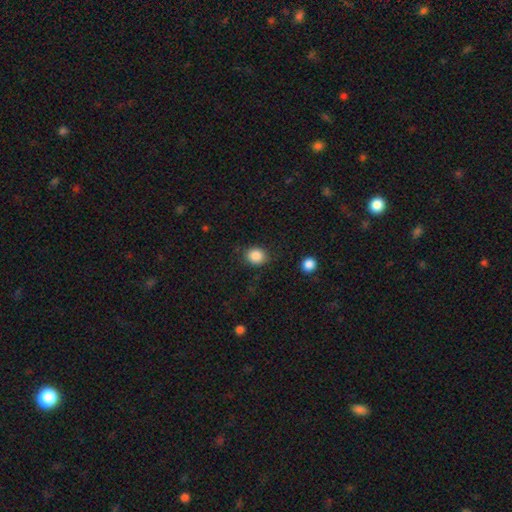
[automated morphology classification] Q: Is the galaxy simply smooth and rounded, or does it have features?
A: smooth — 87%.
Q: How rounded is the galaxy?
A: round — 67%.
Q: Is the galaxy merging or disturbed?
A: none — 84%.